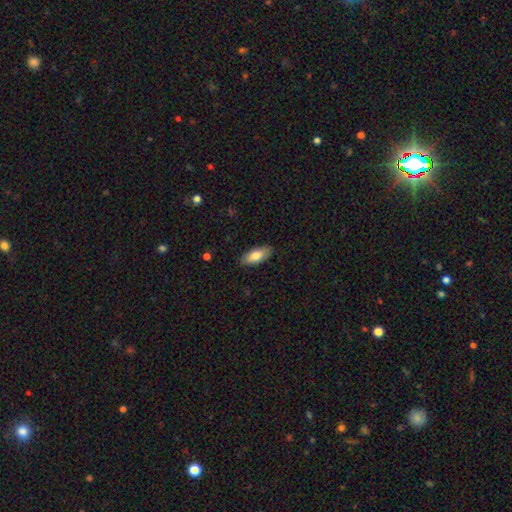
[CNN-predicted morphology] The model was most divided on "smooth or featured": smooth: 77%, featured or disk: 17%, star or artifact: 6%. More confident: merging — none (87%); how rounded — in between (87%).